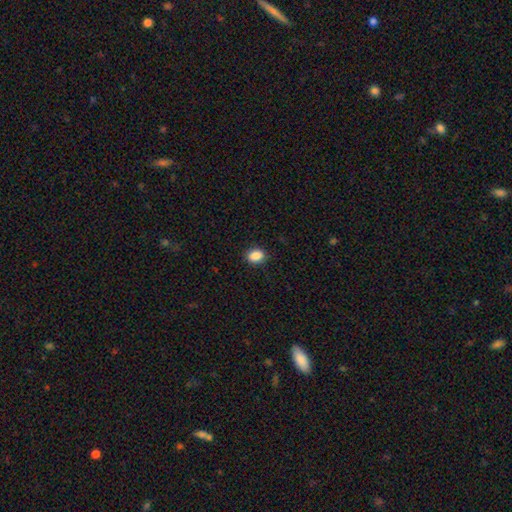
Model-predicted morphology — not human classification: Smooth or featured?
  - smooth: 89% *
  - star or artifact: 8%
  - featured or disk: 3%
How rounded?
  - in between: 69% *
  - round: 30%
  - cigar-shaped: 1%
Merging?
  - none: 88% *
  - minor disturbance: 9%
  - major disturbance: 2%
  - merger: 1%